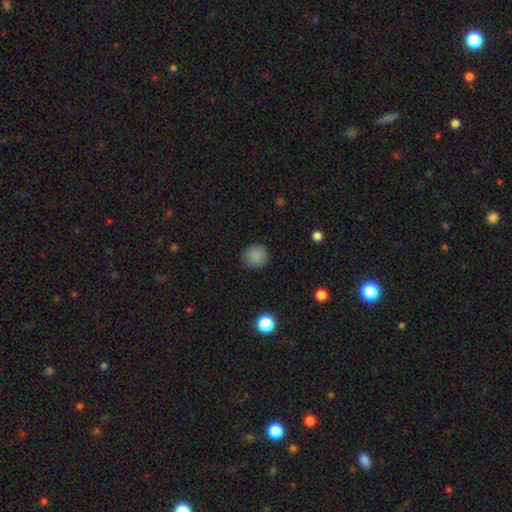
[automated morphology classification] smooth 86%, star or artifact 10%, featured or disk 4%. Down the decision tree: how rounded — round (89%); merging — none (87%).